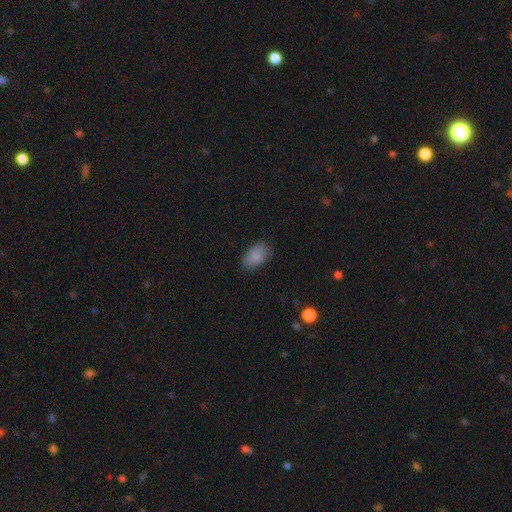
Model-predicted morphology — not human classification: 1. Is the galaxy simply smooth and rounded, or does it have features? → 87% smooth, 8% star or artifact, 6% featured or disk.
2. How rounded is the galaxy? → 92% in between, 7% round, 2% cigar-shaped.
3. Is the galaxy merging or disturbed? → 82% none, 14% minor disturbance, 3% major disturbance, 1% merger.